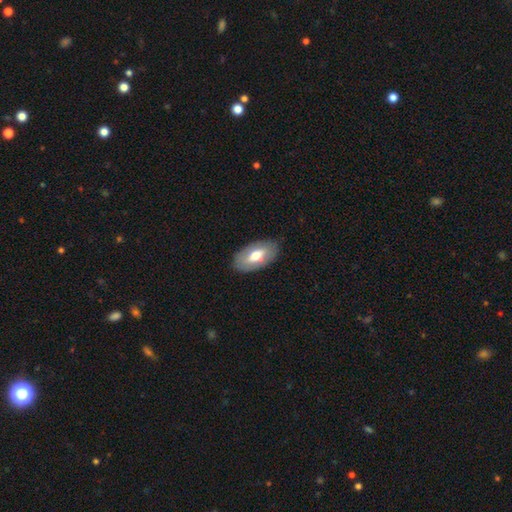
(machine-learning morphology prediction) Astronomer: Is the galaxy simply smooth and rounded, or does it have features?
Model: smooth — 57% (runner-up: featured or disk, 37%).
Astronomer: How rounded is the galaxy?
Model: in between — 93%.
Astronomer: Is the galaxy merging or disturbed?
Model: none — 84%.